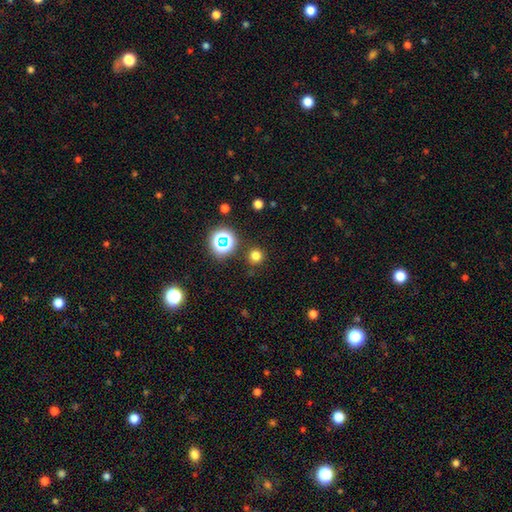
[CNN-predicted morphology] Smooth or featured: smooth — 73% (star or artifact — 22%)
How rounded: round — 95% (in between — 4%)
Merging: none — 88% (minor disturbance — 7%)